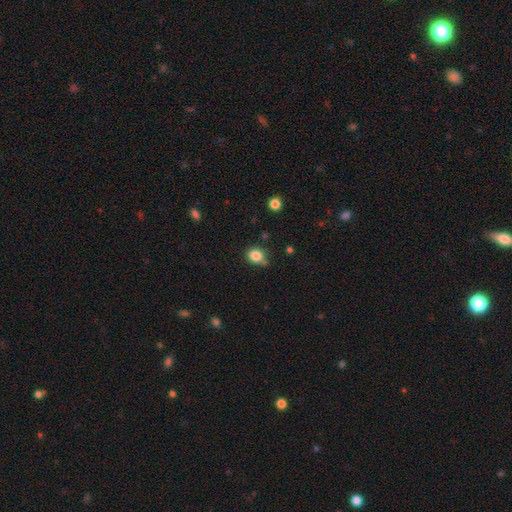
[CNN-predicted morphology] Smooth or featured? smooth (84%)
How rounded? round (66%)
Merging? none (73%)